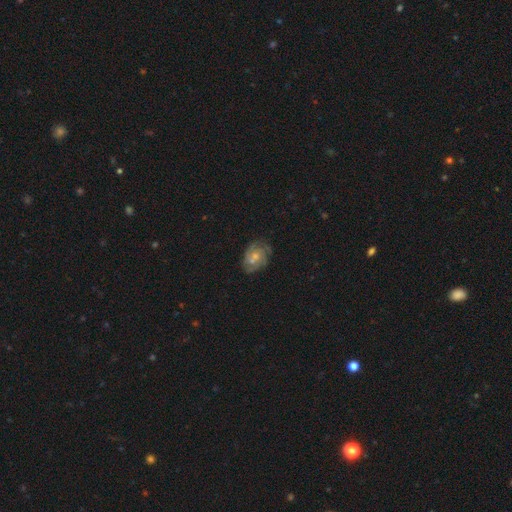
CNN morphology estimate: Q: Smooth or featured?
A: featured or disk (68%); runner-up: smooth (21%)
Q: Edge-on disk?
A: no (97%); runner-up: yes (3%)
Q: Bar?
A: no (59%); runner-up: weak (35%)
Q: Spiral arms?
A: yes (92%); runner-up: no (8%)
Q: Spiral winding?
A: tight (56%); runner-up: medium (35%)
Q: Spiral arm count?
A: 2 (34%); runner-up: can't tell (31%)
Q: Bulge size?
A: small (48%); runner-up: moderate (42%)
Q: Merging?
A: none (77%); runner-up: minor disturbance (16%)